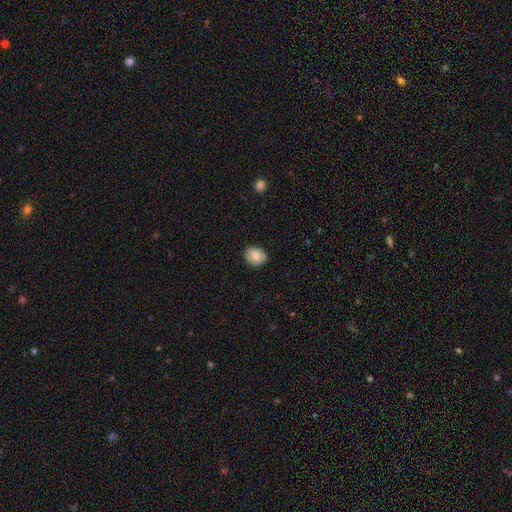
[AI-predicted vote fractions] Overall: smooth (75%). How rounded: in between (56%; round 43%). Merging: none (82%).